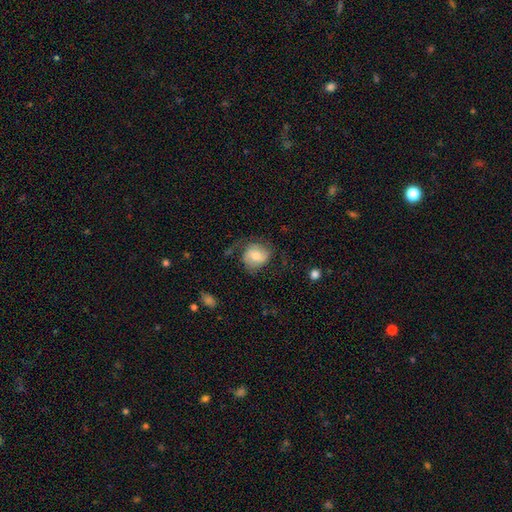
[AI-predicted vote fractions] Smooth or featured? smooth (55%)
How rounded? round (68%)
Merging? none (50%)